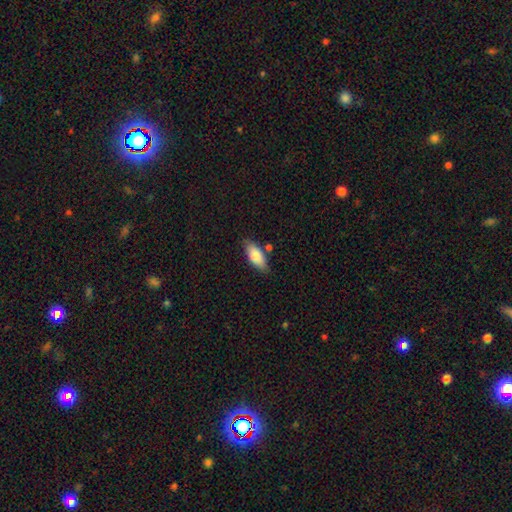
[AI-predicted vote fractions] Q: Smooth or featured?
A: smooth (84%); runner-up: featured or disk (9%)
Q: How rounded?
A: in between (81%); runner-up: cigar-shaped (17%)
Q: Merging?
A: none (74%); runner-up: minor disturbance (16%)